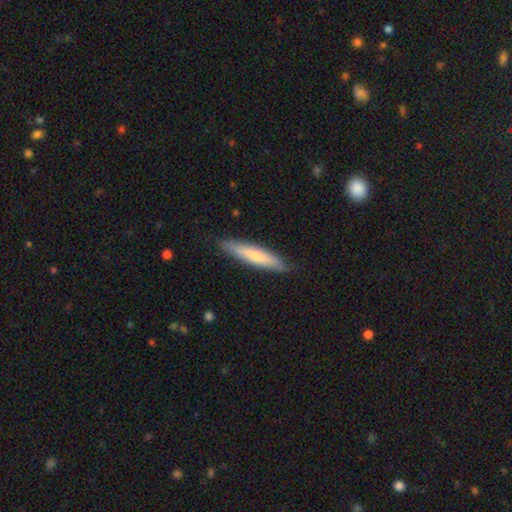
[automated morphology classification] Smooth or featured? Predicted: smooth (p=0.69). How rounded? Predicted: cigar-shaped (p=0.87). Merging? Predicted: none (p=0.86).